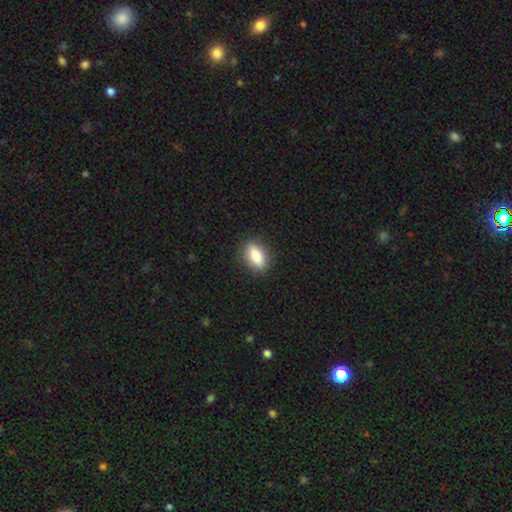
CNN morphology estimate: This appears to be a smooth galaxy with no disk features (75%) that is in between round and cigar-shaped (79%). Merging: none (86%).